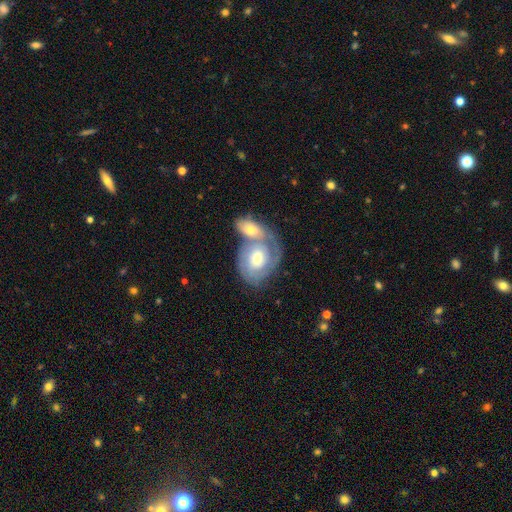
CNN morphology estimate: type=featured or disk (65%); edge-on=no (95%); bar=no (67%); spiral arms=yes (79%); bulge=moderate (64%); merging=merger (61%).